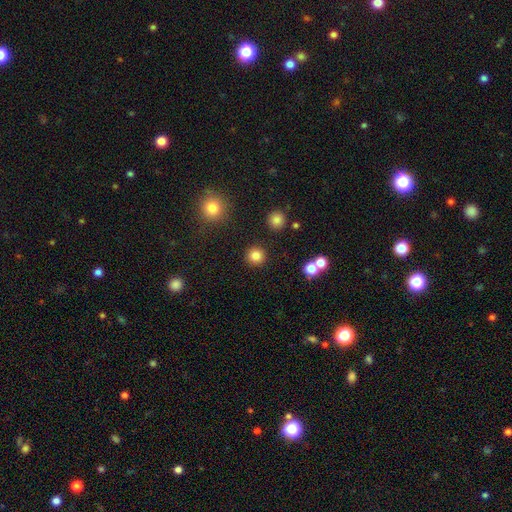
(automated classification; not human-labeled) Q: Smooth or featured?
A: smooth (83%); runner-up: star or artifact (13%)
Q: How rounded?
A: round (95%); runner-up: in between (4%)
Q: Merging?
A: none (91%); runner-up: minor disturbance (5%)